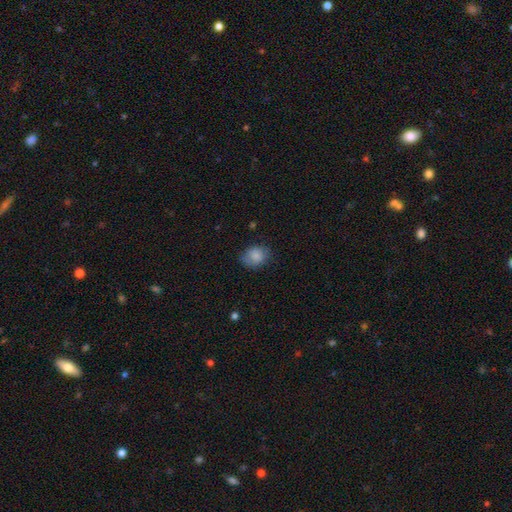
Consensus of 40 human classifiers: A smooth galaxy with no disk features (90%) that is in between round and cigar-shaped (67%). Merging: none (82%).